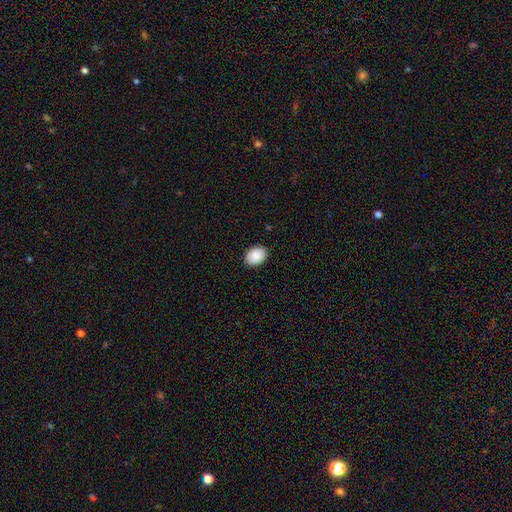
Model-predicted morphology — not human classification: smooth 89%, star or artifact 7%, featured or disk 4%. Down the decision tree: how rounded — in between (72%); merging — none (89%).